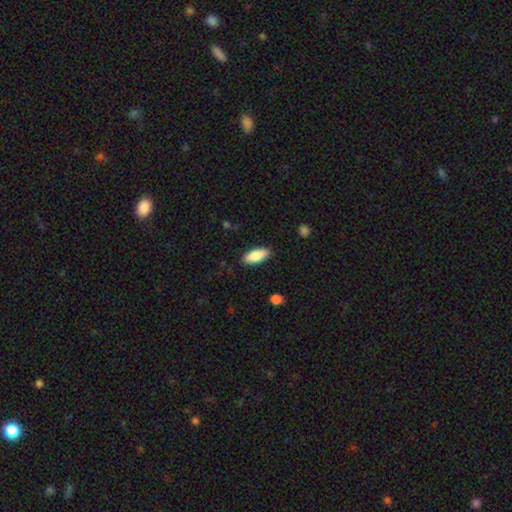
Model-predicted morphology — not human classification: Smooth or featured? smooth (85%)
How rounded? in between (81%)
Merging? none (87%)